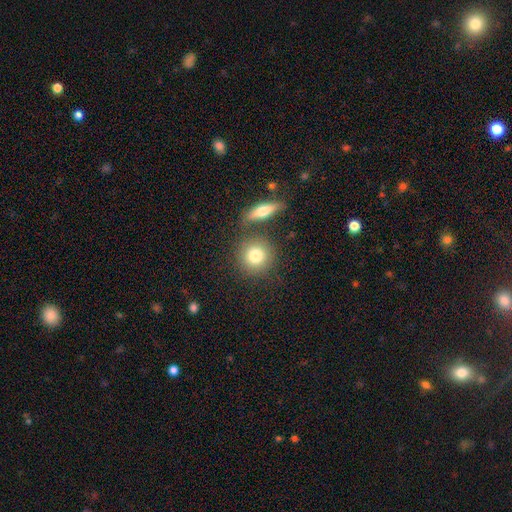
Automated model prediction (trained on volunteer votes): Morphology: type=smooth (78%); roundness=round (85%); merging=none (74%).